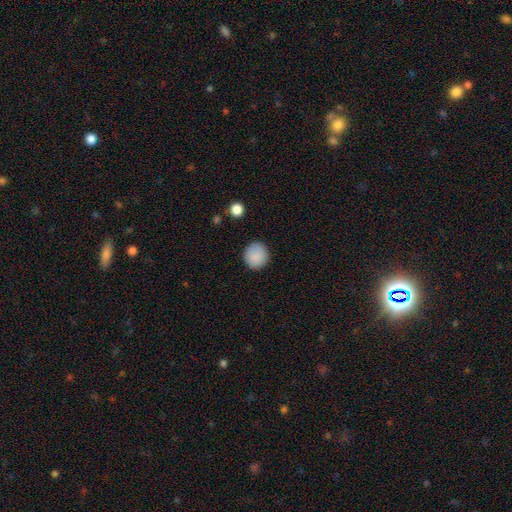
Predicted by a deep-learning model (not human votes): smooth-or-featured: smooth: 88% | star or artifact: 8% | featured or disk: 4%
  how-rounded: round: 90% | in between: 9% | cigar-shaped: 1%
  merging: none: 89% | minor disturbance: 8% | major disturbance: 2% | merger: 1%